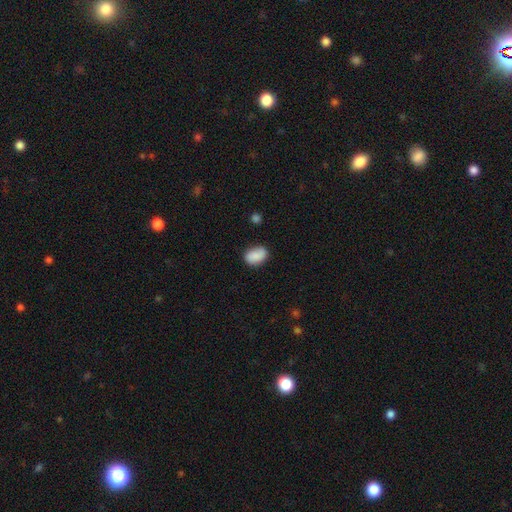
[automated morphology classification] This appears to be a smooth galaxy with no disk features (84%) that is in between round and cigar-shaped (80%). Merging: none (73%).